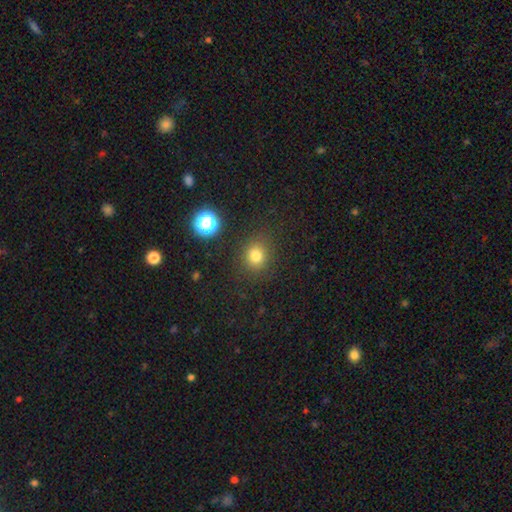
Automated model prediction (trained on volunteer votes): This appears to be a smooth galaxy with no disk features (78%) that is round (82%). Merging: none (86%).